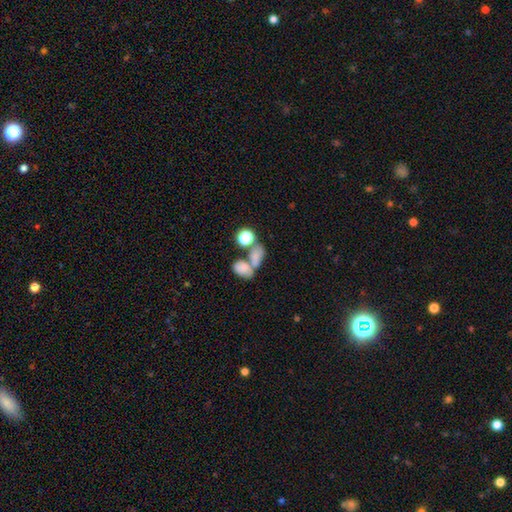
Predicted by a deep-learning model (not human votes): smooth 70%, featured or disk 17%, star or artifact 13%. Down the decision tree: how rounded — in between (76%); merging — merger (54%).